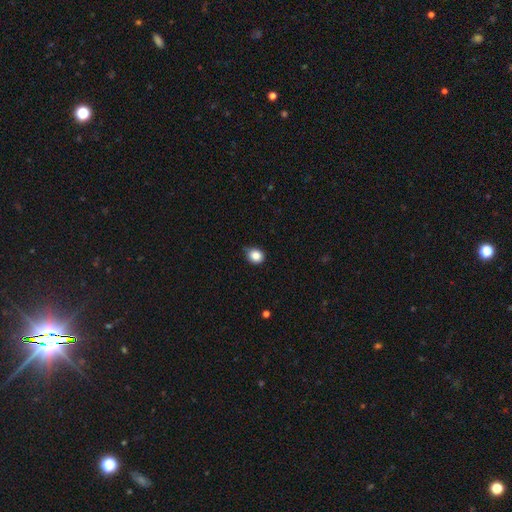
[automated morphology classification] smooth-or-featured: smooth: 86% | star or artifact: 10% | featured or disk: 4%
  how-rounded: round: 68% | in between: 31% | cigar-shaped: 1%
  merging: none: 70% | minor disturbance: 25% | major disturbance: 3% | merger: 1%